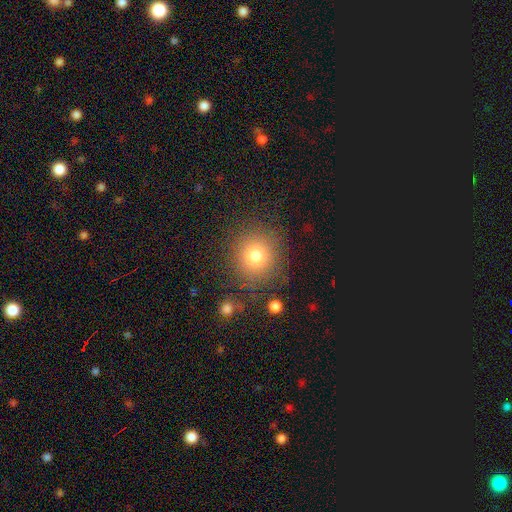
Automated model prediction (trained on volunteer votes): This is likely a smooth galaxy (77%). How rounded: clearly round (91%). Merging: clearly none (84%).